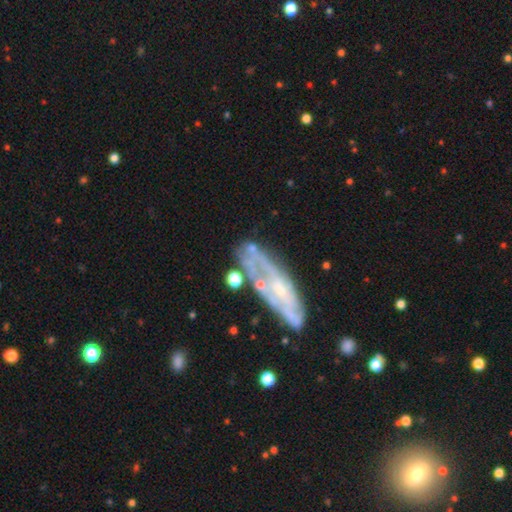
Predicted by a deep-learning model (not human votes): Smooth or featured?
  - featured or disk: 69% *
  - smooth: 23%
  - star or artifact: 9%
Edge-on disk?
  - no: 82% *
  - yes: 18%
Bar?
  - no: 66% *
  - weak: 26%
  - strong: 8%
Spiral arms?
  - yes: 63% *
  - no: 37%
Bulge size?
  - small: 59% *
  - moderate: 25%
  - none: 13%
  - large: 2%
  - dominant: 1%
Merging?
  - none: 55% *
  - minor disturbance: 22%
  - major disturbance: 14%
  - merger: 9%